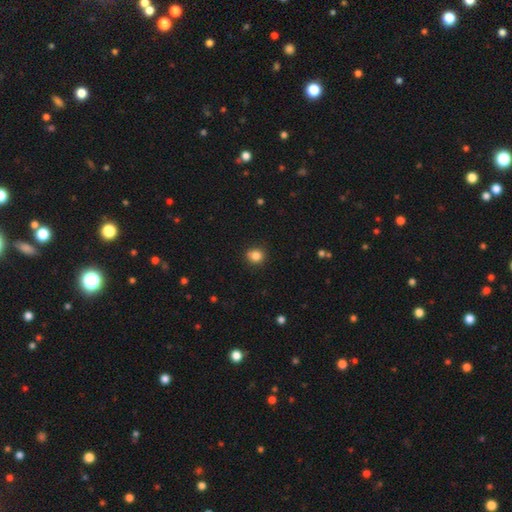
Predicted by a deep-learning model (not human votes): smooth-or-featured: smooth: 84% | star or artifact: 11% | featured or disk: 5%
  how-rounded: round: 85% | in between: 14% | cigar-shaped: 1%
  merging: none: 86% | minor disturbance: 10% | major disturbance: 2% | merger: 1%